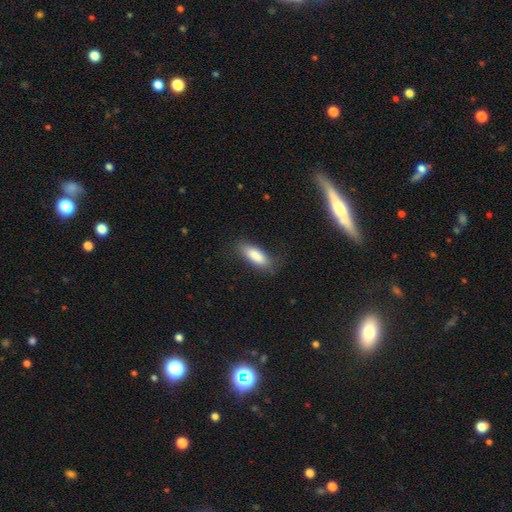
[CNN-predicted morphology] The model was most divided on "how rounded": in between: 67%, cigar-shaped: 31%, round: 2%. More confident: smooth or featured — smooth (85%); merging — none (72%).